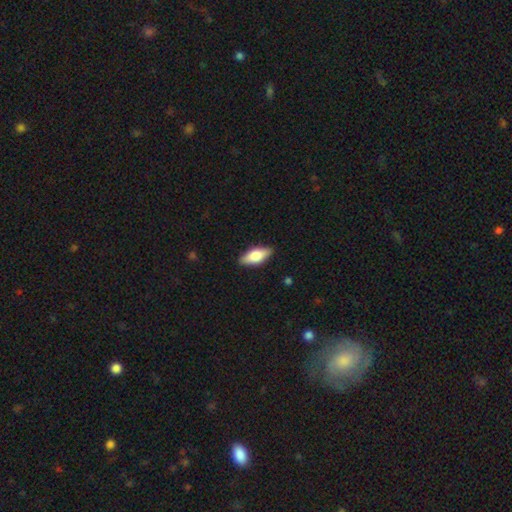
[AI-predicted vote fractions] A smooth galaxy with no disk features (71%) that is in between round and cigar-shaped (80%). Merging: none (87%).